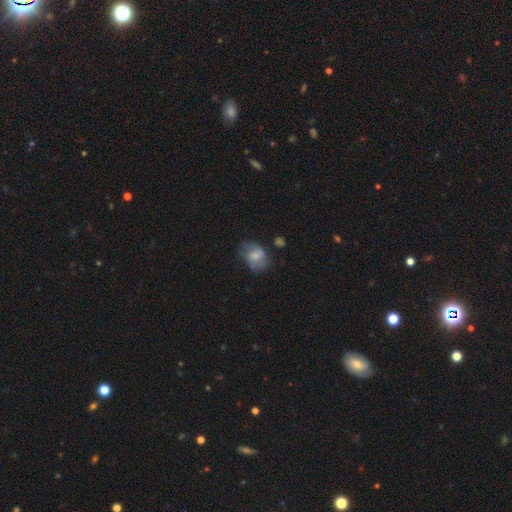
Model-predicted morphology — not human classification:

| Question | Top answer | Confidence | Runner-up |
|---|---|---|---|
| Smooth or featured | smooth | 56% | featured or disk (35%) |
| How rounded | in between | 69% | round (30%) |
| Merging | none | 49% | minor disturbance (28%) |